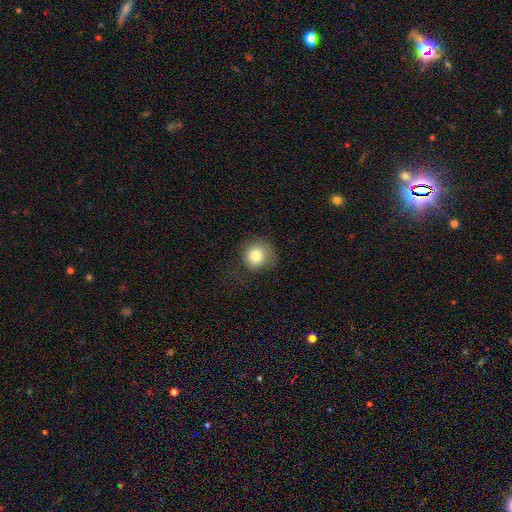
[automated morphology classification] Q: Smooth or featured?
A: smooth (79%); runner-up: featured or disk (11%)
Q: How rounded?
A: round (88%); runner-up: in between (11%)
Q: Merging?
A: none (58%); runner-up: minor disturbance (25%)